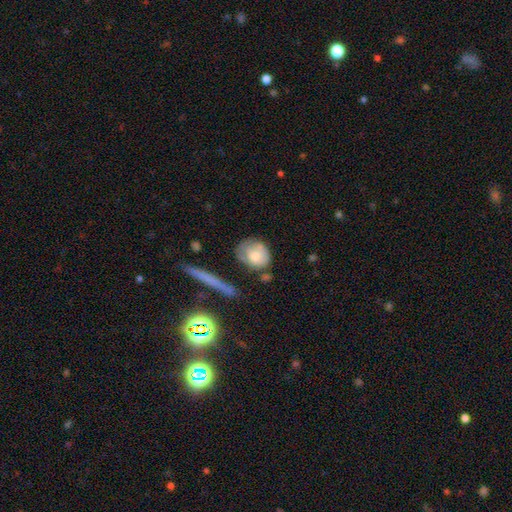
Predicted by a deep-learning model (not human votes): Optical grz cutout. It shows a smooth galaxy with no disk features (70%) that is round (61%). Merging: none (50%).